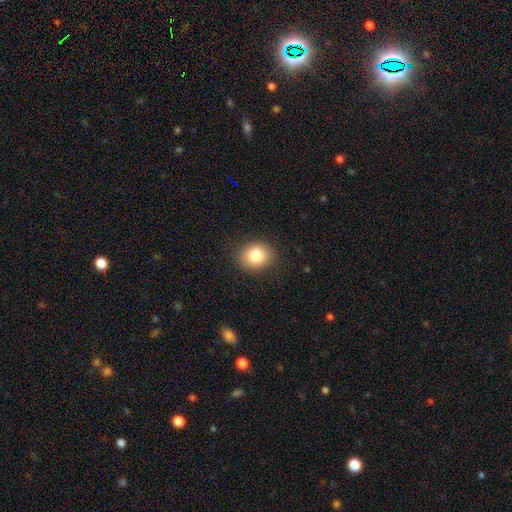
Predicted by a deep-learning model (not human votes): A smooth galaxy with no disk features (83%) that is round (65%). Merging: none (88%).